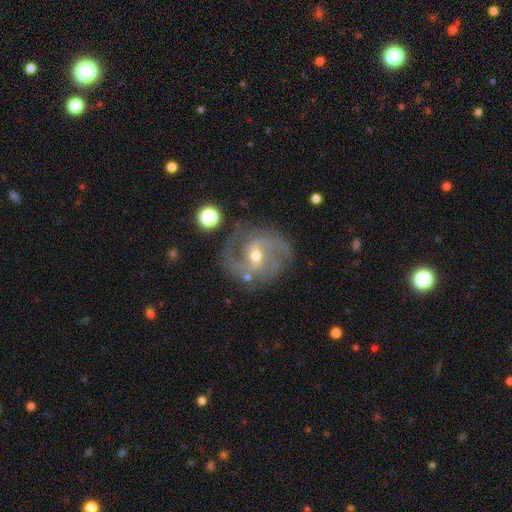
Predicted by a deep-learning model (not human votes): Q: Smooth or featured?
A: featured or disk (90%); runner-up: star or artifact (6%)
Q: Edge-on disk?
A: no (98%); runner-up: yes (2%)
Q: Bar?
A: weak (51%); runner-up: strong (28%)
Q: Spiral arms?
A: yes (97%); runner-up: no (3%)
Q: Spiral winding?
A: medium (56%); runner-up: tight (27%)
Q: Spiral arm count?
A: 2 (74%); runner-up: 3 (12%)
Q: Bulge size?
A: moderate (53%); runner-up: small (43%)
Q: Merging?
A: none (76%); runner-up: minor disturbance (15%)